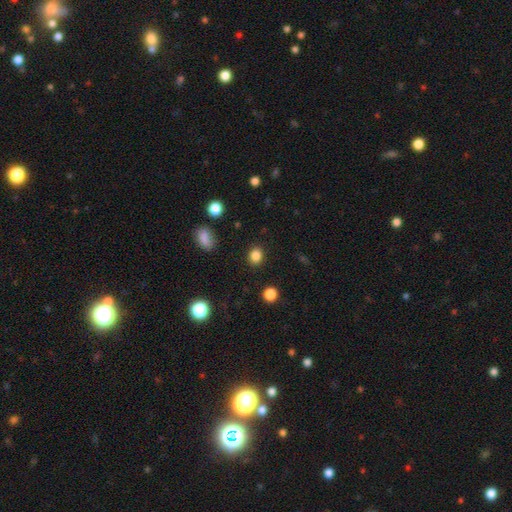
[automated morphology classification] A smooth galaxy with no disk features (85%) that is round (66%). Merging: none (90%).